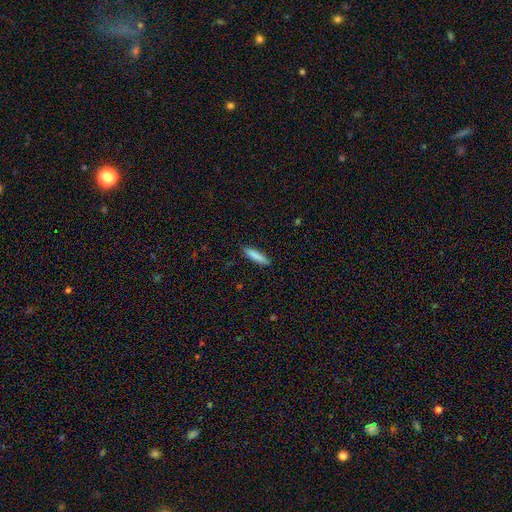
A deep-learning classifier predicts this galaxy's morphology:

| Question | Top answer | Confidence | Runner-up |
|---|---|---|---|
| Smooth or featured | smooth | 84% | featured or disk (10%) |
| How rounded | cigar-shaped | 83% | in between (15%) |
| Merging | none | 89% | minor disturbance (8%) |